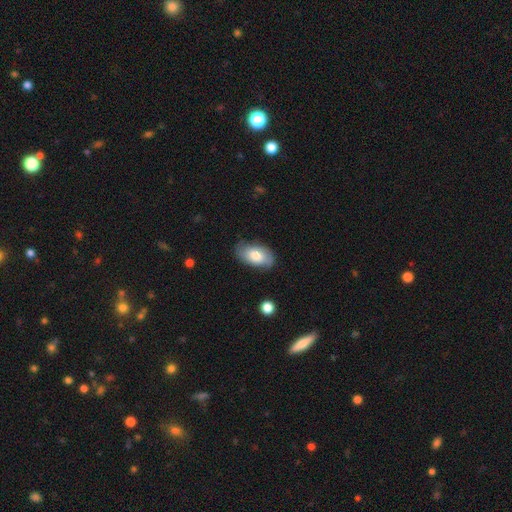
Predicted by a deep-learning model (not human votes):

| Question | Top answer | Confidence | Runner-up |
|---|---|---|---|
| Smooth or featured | smooth | 67% | featured or disk (26%) |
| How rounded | in between | 93% | round (5%) |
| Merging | none | 71% | minor disturbance (22%) |